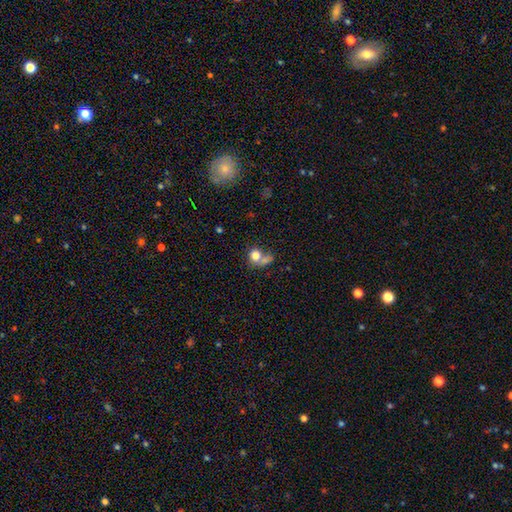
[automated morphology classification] This appears to be a smooth galaxy with no disk features (77%) that is round (71%). Merging: merger (46%).